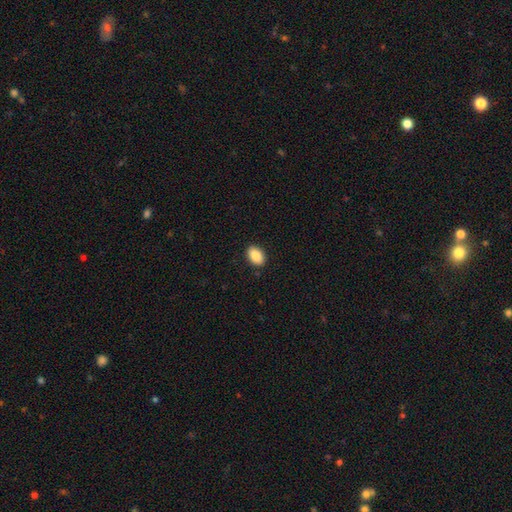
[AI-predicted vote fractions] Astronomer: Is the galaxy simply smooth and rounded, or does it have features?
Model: smooth — 89%.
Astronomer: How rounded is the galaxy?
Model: in between — 86%.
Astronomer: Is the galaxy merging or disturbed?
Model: none — 90%.